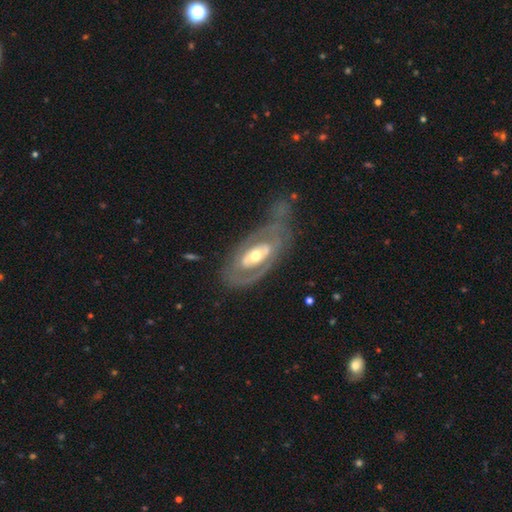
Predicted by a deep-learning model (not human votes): Smooth or featured? featured or disk (75%)
Edge-on disk? no (90%)
Bar? no (67%)
Spiral arms? no (56%)
Bulge size? moderate (66%)
Merging? none (53%)